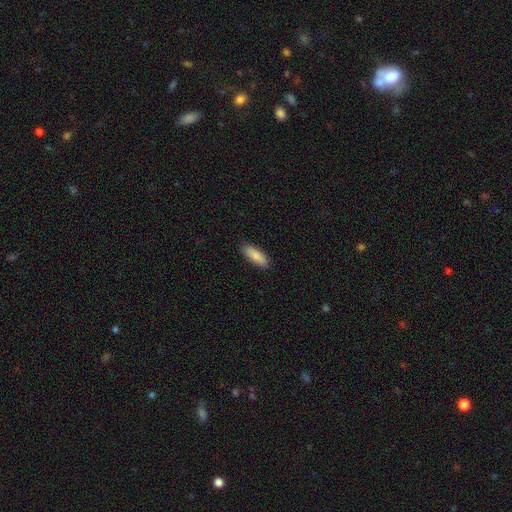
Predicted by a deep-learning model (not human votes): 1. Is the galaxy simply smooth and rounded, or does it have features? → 86% smooth, 8% featured or disk, 6% star or artifact.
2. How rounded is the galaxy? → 62% in between, 36% cigar-shaped, 2% round.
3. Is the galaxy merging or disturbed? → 89% none, 9% minor disturbance, 2% major disturbance, 1% merger.